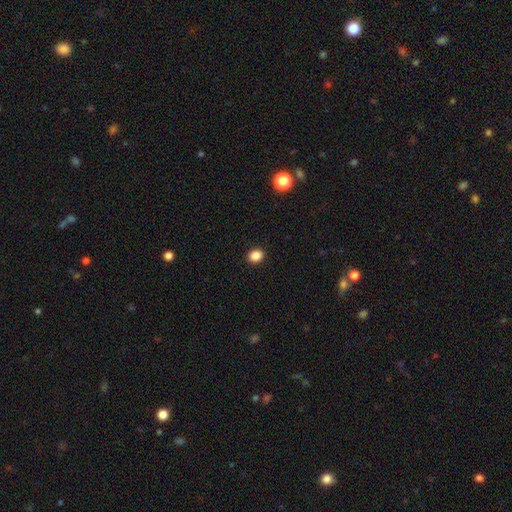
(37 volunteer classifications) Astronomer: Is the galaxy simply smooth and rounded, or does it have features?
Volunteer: smooth — 95%.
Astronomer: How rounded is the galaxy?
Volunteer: round — 91%.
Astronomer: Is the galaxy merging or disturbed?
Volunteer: none — 91%.